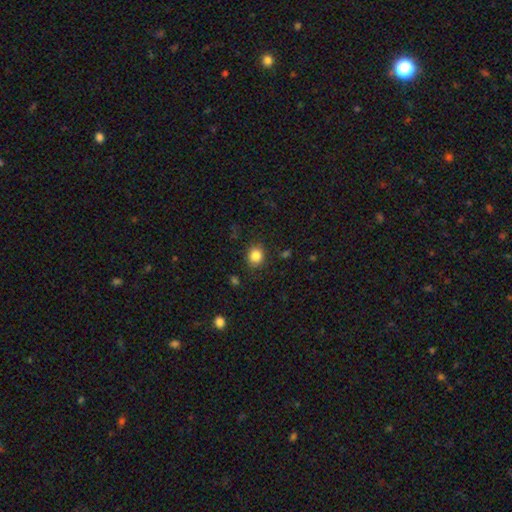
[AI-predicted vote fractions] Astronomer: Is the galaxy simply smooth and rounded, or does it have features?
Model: smooth — 85%.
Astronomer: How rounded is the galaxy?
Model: round — 73%.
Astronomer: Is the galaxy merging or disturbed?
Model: none — 85%.